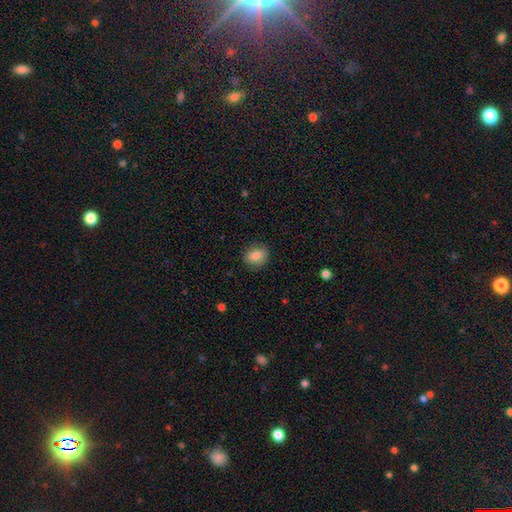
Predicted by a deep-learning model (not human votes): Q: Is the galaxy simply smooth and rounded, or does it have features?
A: smooth — 80%.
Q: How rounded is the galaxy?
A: round — 56%.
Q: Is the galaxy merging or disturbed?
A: none — 83%.